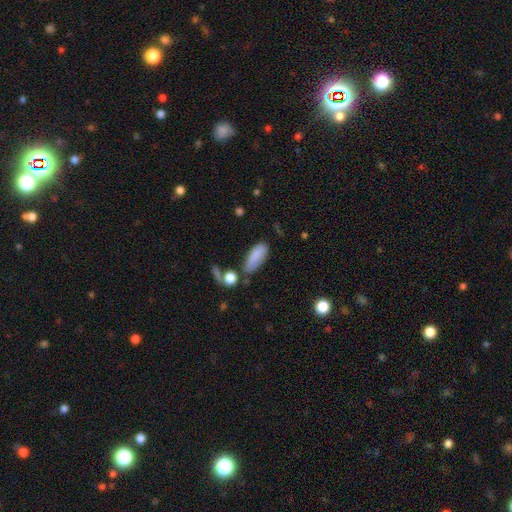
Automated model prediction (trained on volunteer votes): Smooth or featured? Predicted: smooth (p=0.83). How rounded? Predicted: in between (p=0.78). Merging? Predicted: none (p=0.55).